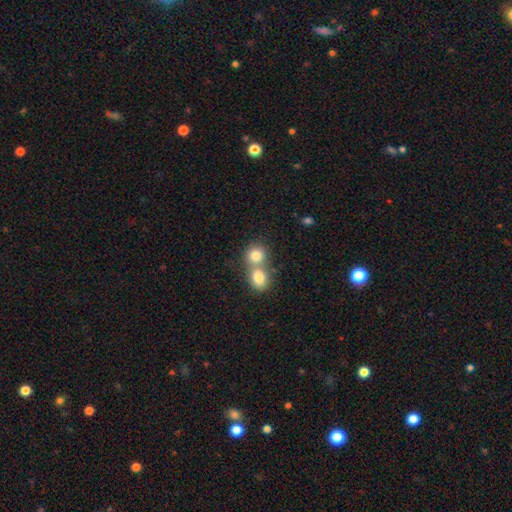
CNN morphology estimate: A smooth galaxy with no disk features (80%) that is round (75%). Merging: merger (60%).